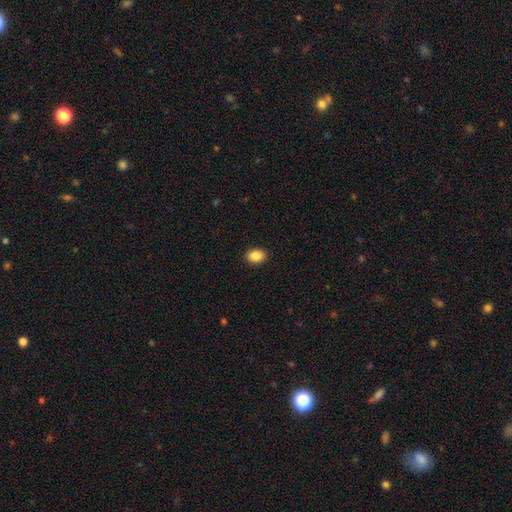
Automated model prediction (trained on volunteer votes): smooth-or-featured: smooth: 89% | star or artifact: 8% | featured or disk: 3%
  how-rounded: in between: 68% | round: 31% | cigar-shaped: 1%
  merging: none: 90% | minor disturbance: 7% | major disturbance: 2% | merger: 1%